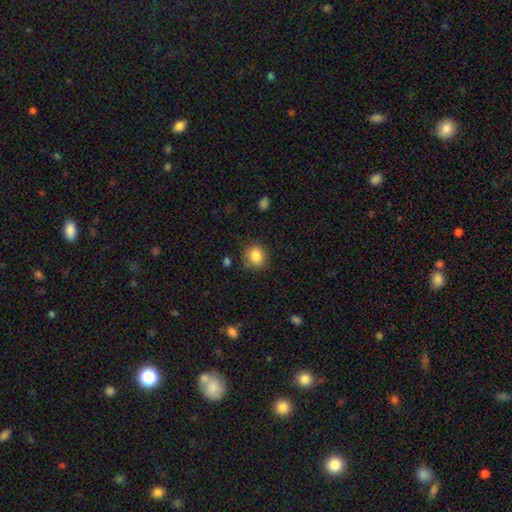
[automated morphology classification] type=smooth (86%); roundness=round (77%); merging=none (81%).